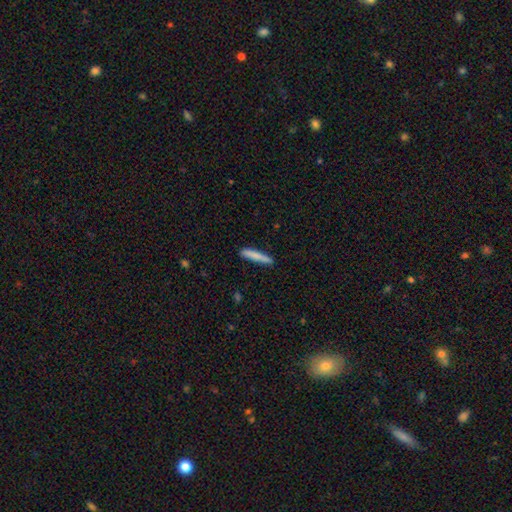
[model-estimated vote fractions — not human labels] Morphology: type=smooth (81%); roundness=cigar-shaped (92%); merging=none (86%).